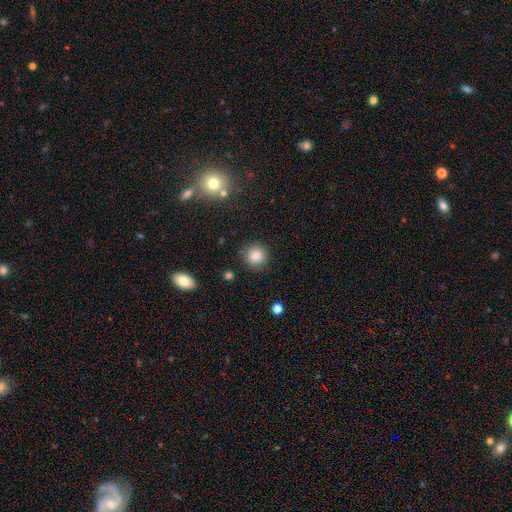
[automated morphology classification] Overall: smooth (84%). How rounded: round (91%). Merging: none (87%).